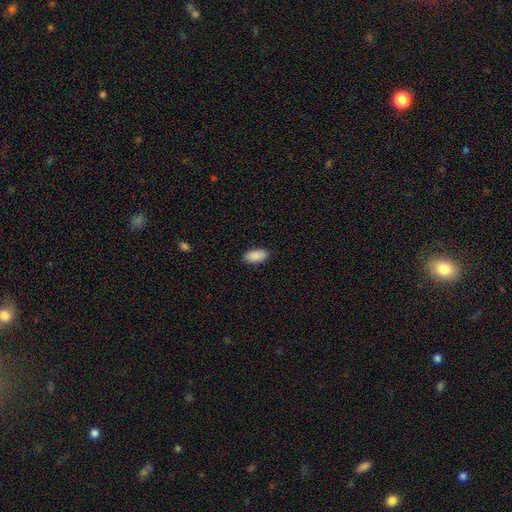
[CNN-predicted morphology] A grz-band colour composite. It shows a smooth galaxy with no disk features (90%) that is in between round and cigar-shaped (93%). Merging: none (88%).